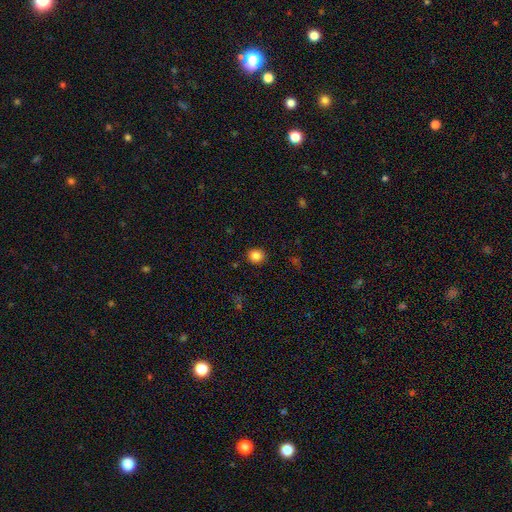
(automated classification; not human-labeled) Smooth or featured? Predicted: smooth (p=0.85). How rounded? Predicted: round (p=0.83). Merging? Predicted: none (p=0.89).